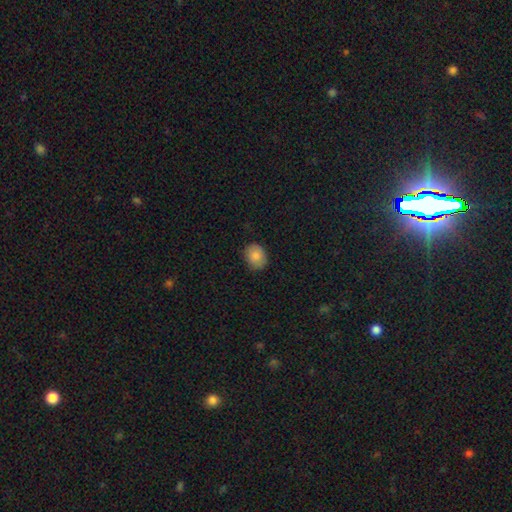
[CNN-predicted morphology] This is clearly a smooth galaxy (84%). How rounded: possibly round (51%). Merging: clearly none (84%).